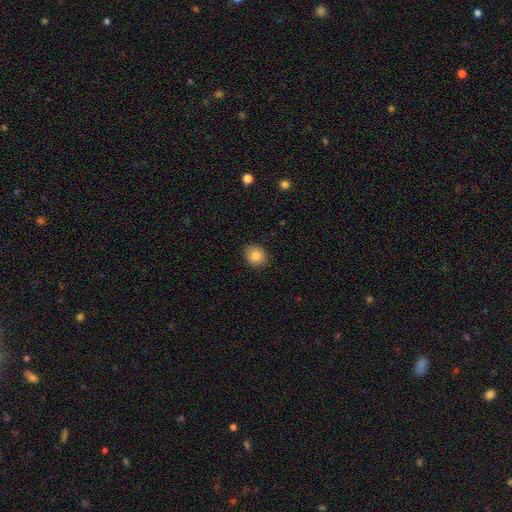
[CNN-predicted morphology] Overall: smooth (84%). How rounded: round (66%; in between 33%). Merging: none (89%).